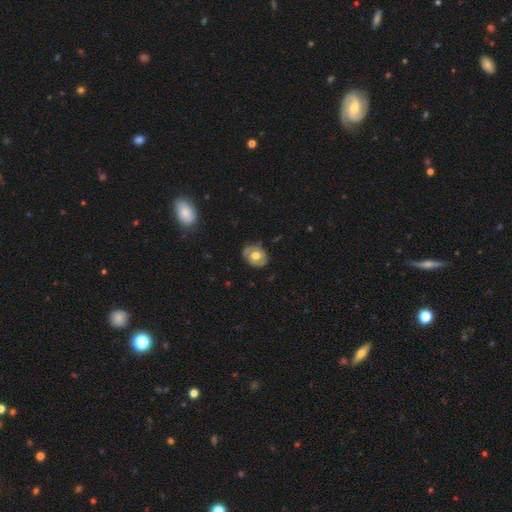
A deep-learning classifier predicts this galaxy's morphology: This is possibly a smooth galaxy (51%). How rounded: possibly round (50%). Merging: likely none (76%).